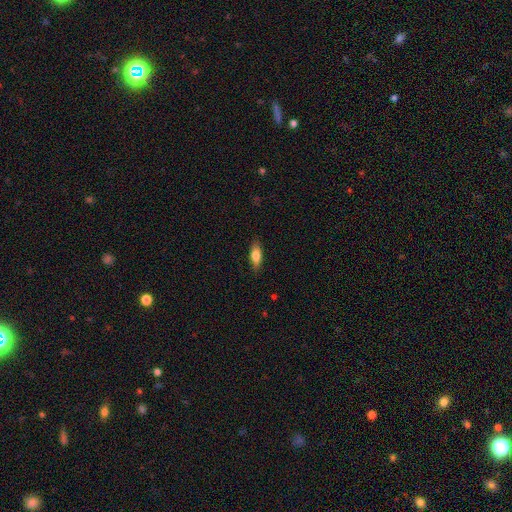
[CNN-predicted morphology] Smooth or featured?
  - smooth: 78% *
  - featured or disk: 15%
  - star or artifact: 7%
How rounded?
  - in between: 74% *
  - cigar-shaped: 23%
  - round: 3%
Merging?
  - none: 85% *
  - minor disturbance: 11%
  - major disturbance: 2%
  - merger: 1%